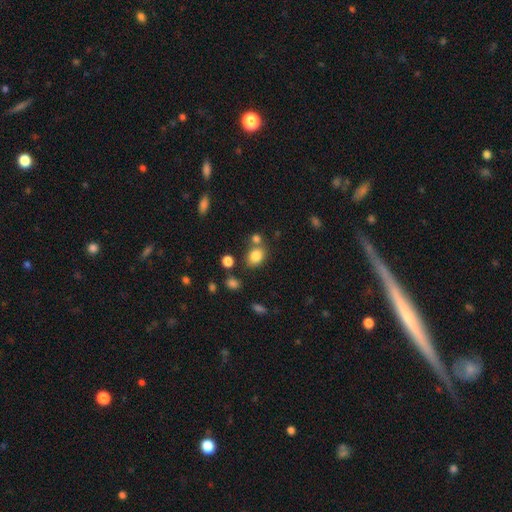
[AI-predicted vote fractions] smooth-or-featured: smooth: 82% | star or artifact: 10% | featured or disk: 8%
  how-rounded: in between: 53% | round: 46% | cigar-shaped: 1%
  merging: none: 64% | merger: 18% | minor disturbance: 13% | major disturbance: 5%